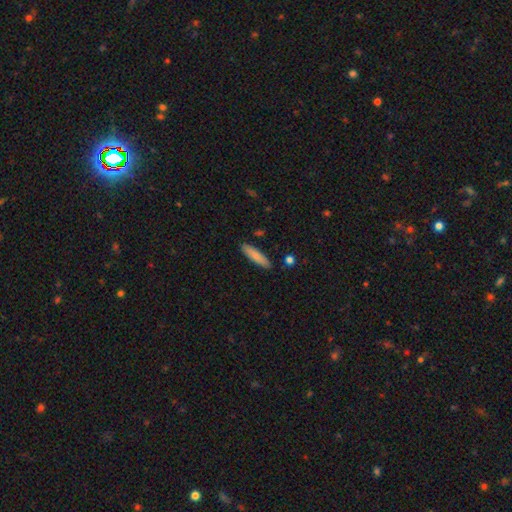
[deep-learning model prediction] Smooth or featured?
  - smooth: 81% *
  - featured or disk: 13%
  - star or artifact: 6%
How rounded?
  - cigar-shaped: 73% *
  - in between: 25%
  - round: 2%
Merging?
  - none: 88% *
  - minor disturbance: 8%
  - merger: 2%
  - major disturbance: 2%